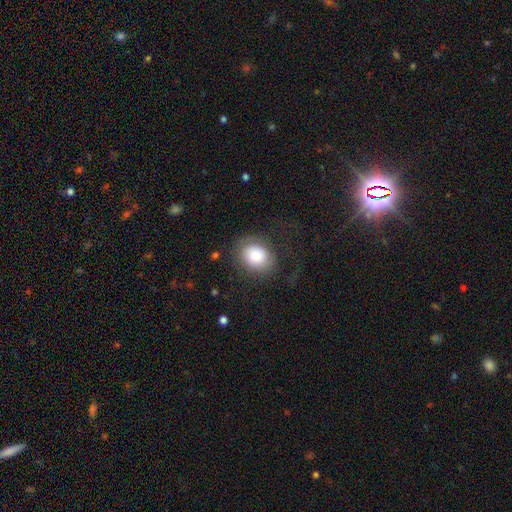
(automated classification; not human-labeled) Smooth or featured: smooth — 73% (featured or disk — 18%)
How rounded: round — 50% (tied with in between — 50%)
Merging: none — 68% (major disturbance — 16%)